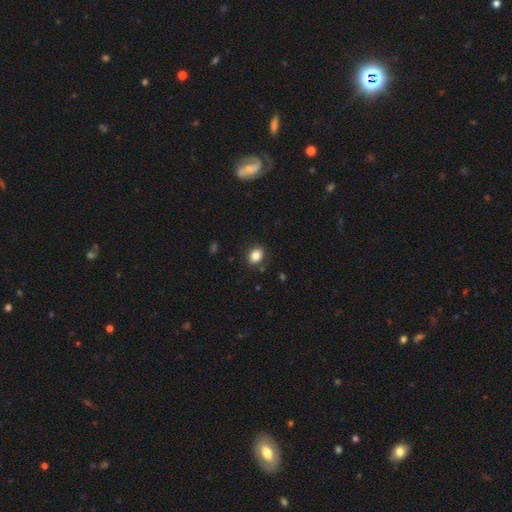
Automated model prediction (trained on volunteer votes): Smooth or featured?
  - smooth: 85% *
  - star or artifact: 10%
  - featured or disk: 5%
How rounded?
  - round: 54% *
  - in between: 45%
  - cigar-shaped: 1%
Merging?
  - none: 86% *
  - minor disturbance: 9%
  - major disturbance: 3%
  - merger: 2%